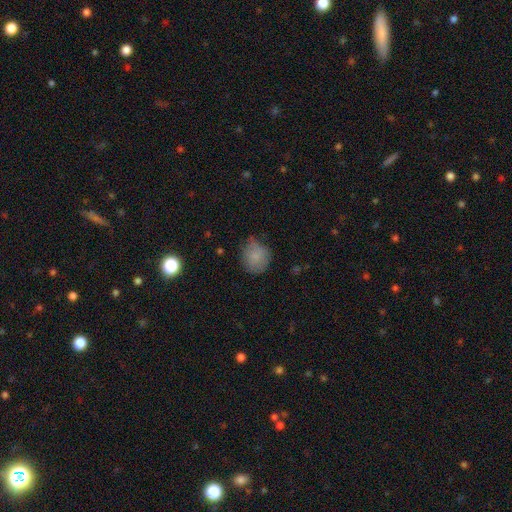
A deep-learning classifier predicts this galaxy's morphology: smooth-or-featured: smooth: 80% | featured or disk: 11% | star or artifact: 9%
  how-rounded: round: 79% | in between: 20% | cigar-shaped: 1%
  merging: none: 63% | minor disturbance: 28% | major disturbance: 7% | merger: 2%